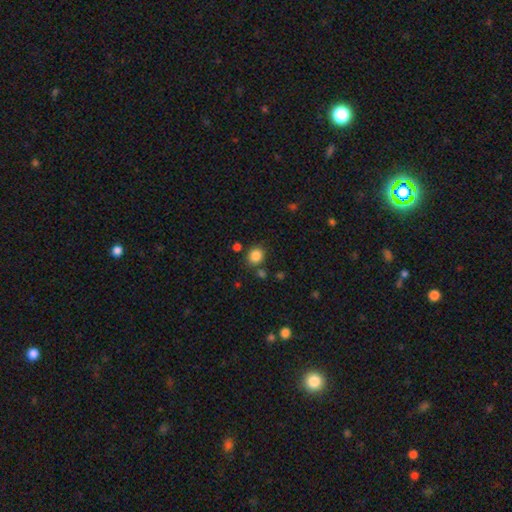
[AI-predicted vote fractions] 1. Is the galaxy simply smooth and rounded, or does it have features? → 85% smooth, 11% star or artifact, 4% featured or disk.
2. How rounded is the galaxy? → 76% round, 23% in between, 1% cigar-shaped.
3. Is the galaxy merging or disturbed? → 80% none, 11% minor disturbance, 6% merger, 3% major disturbance.